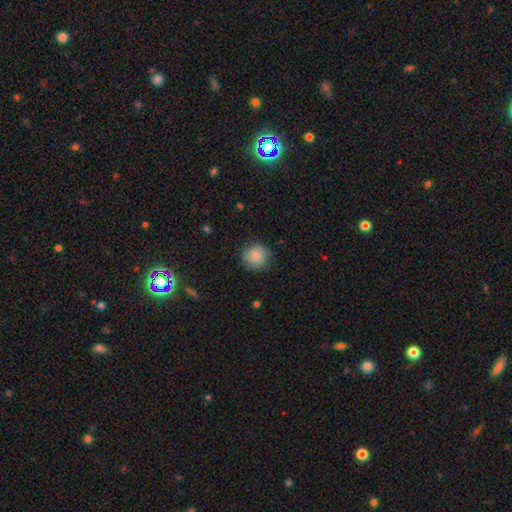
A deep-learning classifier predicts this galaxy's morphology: A smooth galaxy with no disk features (84%) that is round (92%). Merging: none (83%).